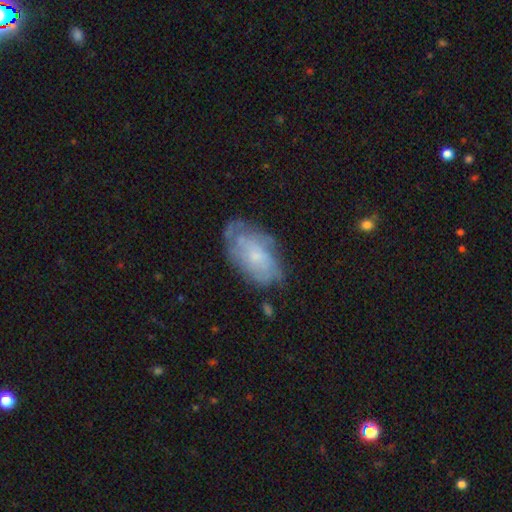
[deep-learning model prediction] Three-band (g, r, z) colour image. It shows a featured or disk galaxy (55%) with no bar (78%), spiral arms (62%) and a small central bulge (56%). Merging: none (60%).